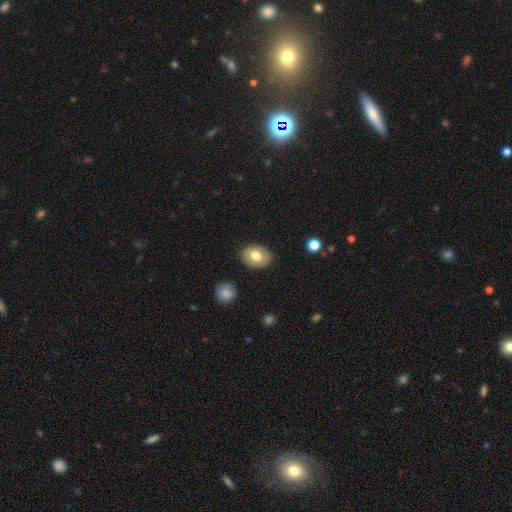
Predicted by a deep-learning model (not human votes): Smooth or featured?
  - smooth: 75% *
  - featured or disk: 18%
  - star or artifact: 7%
How rounded?
  - in between: 71% *
  - round: 28%
  - cigar-shaped: 1%
Merging?
  - none: 86% *
  - minor disturbance: 10%
  - major disturbance: 2%
  - merger: 2%